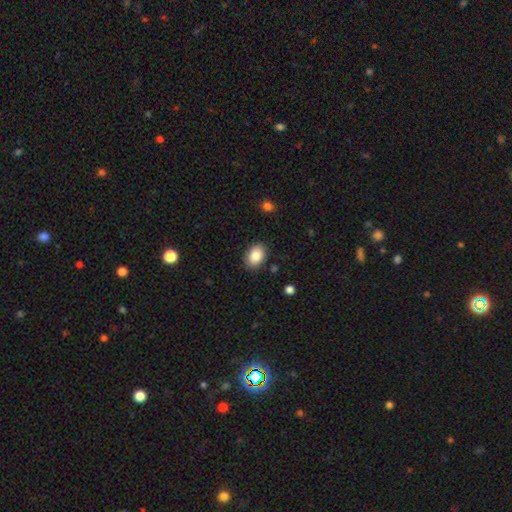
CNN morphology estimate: A smooth galaxy with no disk features (86%) that is in between round and cigar-shaped (73%).

Vote fractions:
- Smooth or featured? smooth: 86% / star or artifact: 8% / featured or disk: 6%
- How rounded? in between: 73% / round: 26% / cigar-shaped: 1%
- Merging? none: 87% / minor disturbance: 9% / major disturbance: 2% / merger: 1%